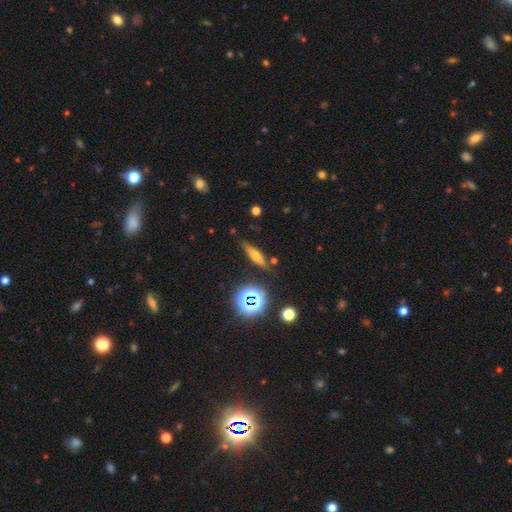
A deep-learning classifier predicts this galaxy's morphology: Smooth or featured? smooth (46%)
Merging? none (83%)